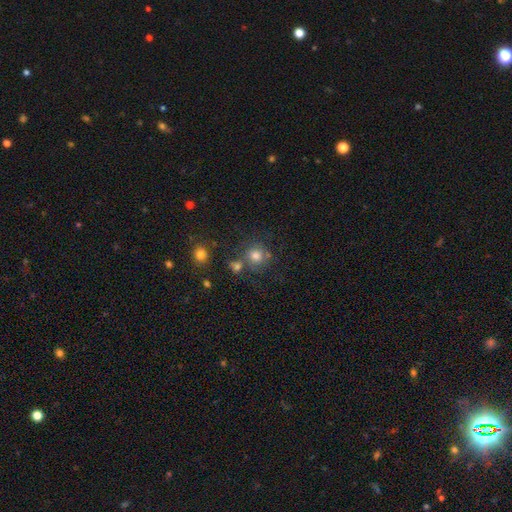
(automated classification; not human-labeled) A smooth galaxy with no disk features (72%) that is round (86%). Merging: none (63%).